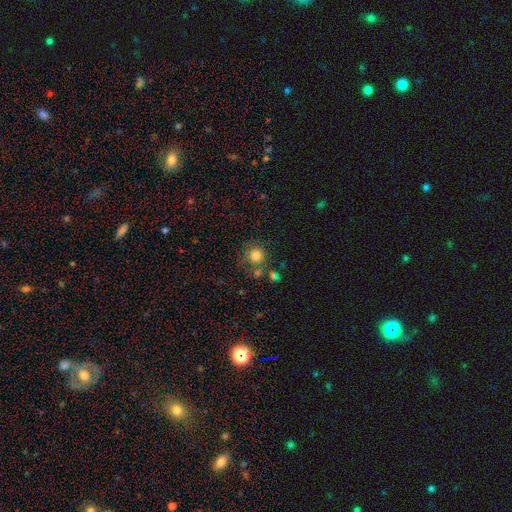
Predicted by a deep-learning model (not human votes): Smooth or featured? smooth (79%)
How rounded? round (90%)
Merging? none (68%)